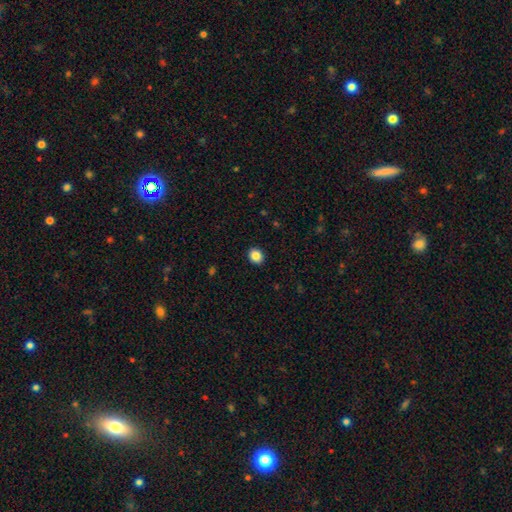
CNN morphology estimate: Smooth or featured? Predicted: smooth (p=0.87). How rounded? Predicted: round (p=0.64). Merging? Predicted: none (p=0.92).